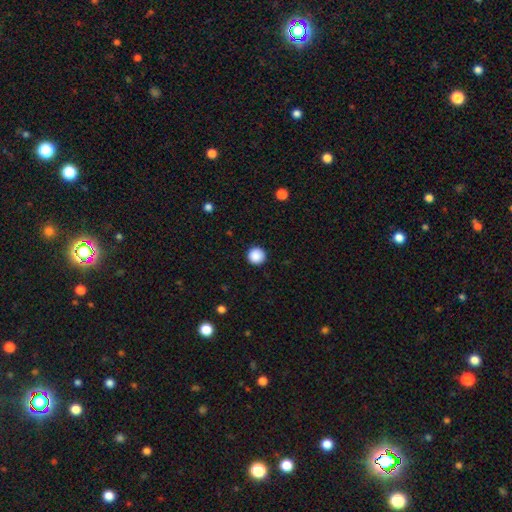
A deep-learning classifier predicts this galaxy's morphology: Smooth or featured: smooth — 89% (star or artifact — 9%)
How rounded: round — 96% (in between — 3%)
Merging: none — 92% (minor disturbance — 5%)